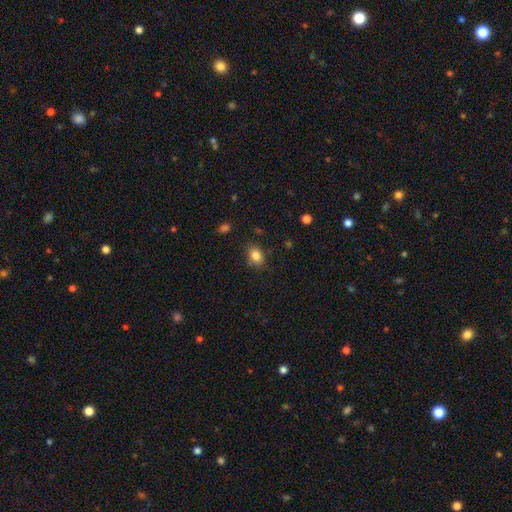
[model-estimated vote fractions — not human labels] This appears to be a smooth galaxy with no disk features (85%) that is in between round and cigar-shaped (74%). Merging: none (81%).